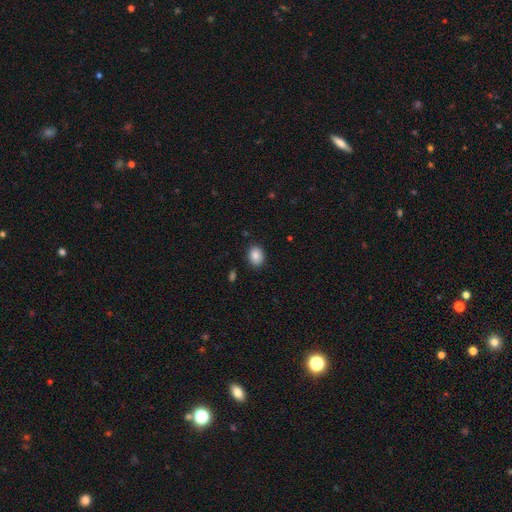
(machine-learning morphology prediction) Smooth or featured? Predicted: smooth (p=0.88). How rounded? Predicted: in between (p=0.63). Merging? Predicted: none (p=0.88).